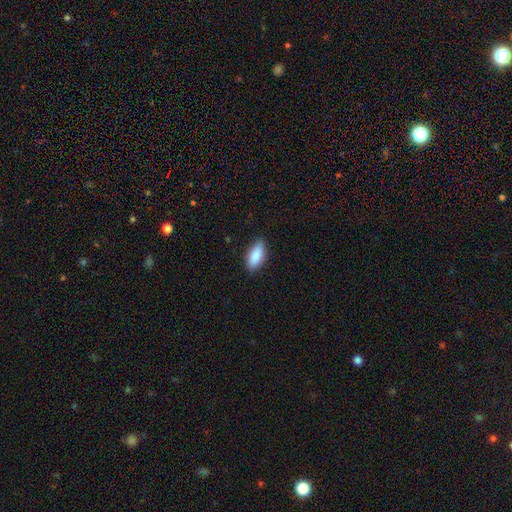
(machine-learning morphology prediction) Smooth or featured? Predicted: smooth (p=0.87). How rounded? Predicted: in between (p=0.86). Merging? Predicted: none (p=0.85).